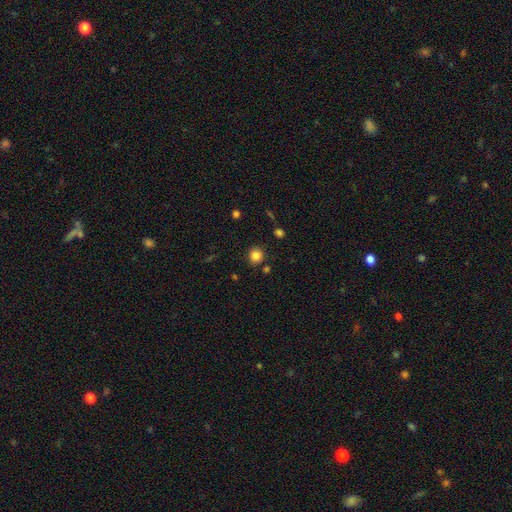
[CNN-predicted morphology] The model was most divided on "smooth or featured": smooth: 84%, star or artifact: 11%, featured or disk: 4%. More confident: how rounded — round (89%); merging — none (85%).